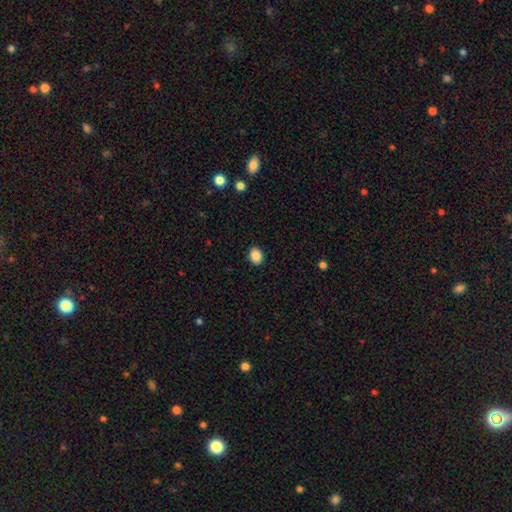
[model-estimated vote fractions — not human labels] smooth-or-featured: smooth: 88% | star or artifact: 9% | featured or disk: 3%
  how-rounded: in between: 62% | round: 38% | cigar-shaped: 1%
  merging: none: 90% | minor disturbance: 7% | major disturbance: 2% | merger: 1%